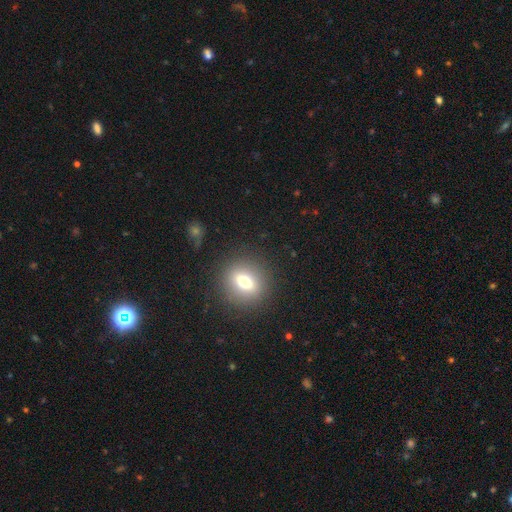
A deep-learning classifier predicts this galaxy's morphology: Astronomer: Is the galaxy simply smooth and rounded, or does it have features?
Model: smooth — 62%.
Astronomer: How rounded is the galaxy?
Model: round — 72%.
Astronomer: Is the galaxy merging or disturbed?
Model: none — 90%.